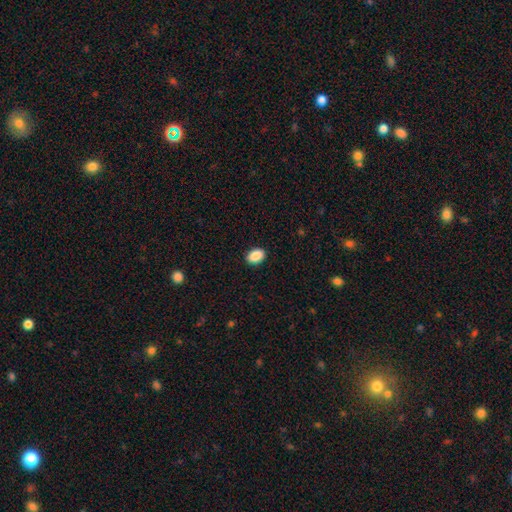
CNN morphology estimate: Q: Smooth or featured?
A: smooth (90%); runner-up: star or artifact (7%)
Q: How rounded?
A: in between (84%); runner-up: round (15%)
Q: Merging?
A: none (90%); runner-up: minor disturbance (7%)